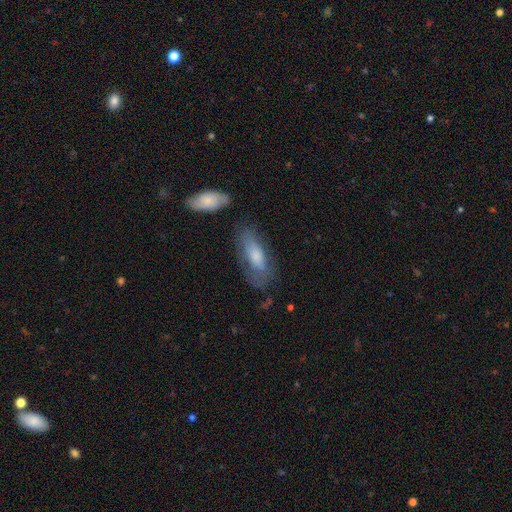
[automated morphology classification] This appears to be a smooth galaxy with no disk features (64%) that is in between round and cigar-shaped (71%). Merging: none (57%).